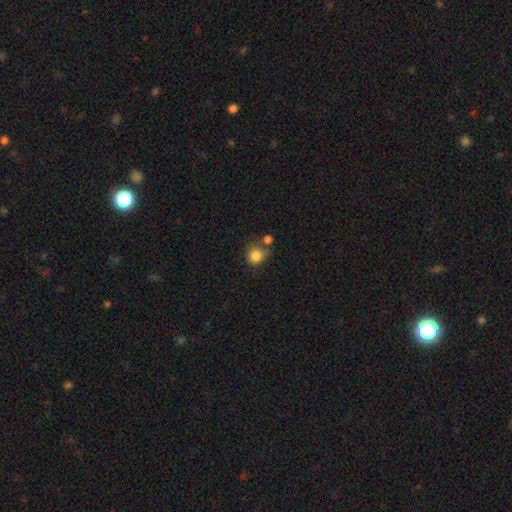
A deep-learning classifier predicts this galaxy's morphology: A smooth galaxy with no disk features (84%) that is round (83%). Merging: none (57%).